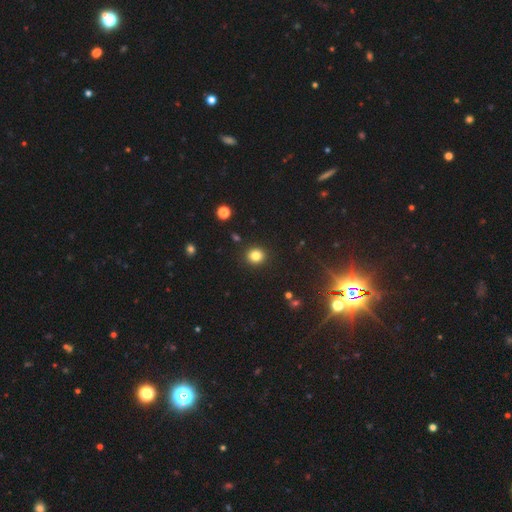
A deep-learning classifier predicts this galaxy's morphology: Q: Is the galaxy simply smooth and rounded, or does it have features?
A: smooth — 82%.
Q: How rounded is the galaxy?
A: round — 87%.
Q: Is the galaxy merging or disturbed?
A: none — 91%.